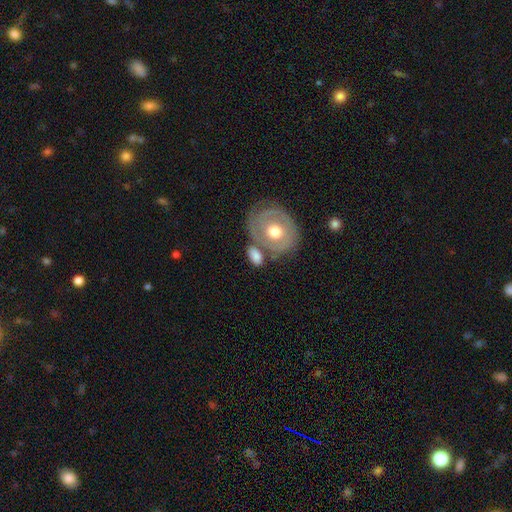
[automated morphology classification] The model was most divided on "merging": none: 52%, merger: 23%, minor disturbance: 17%, major disturbance: 7%. More confident: how rounded — in between (78%); smooth or featured — smooth (65%).